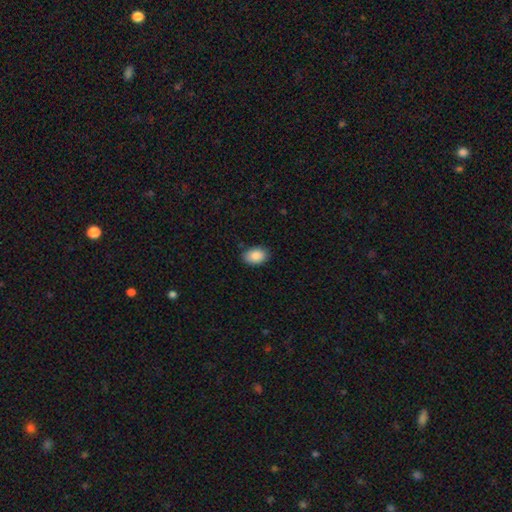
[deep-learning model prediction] The model was most divided on "merging": none: 86%, minor disturbance: 11%, major disturbance: 2%, merger: 1%. More confident: smooth or featured — smooth (88%); how rounded — in between (88%).